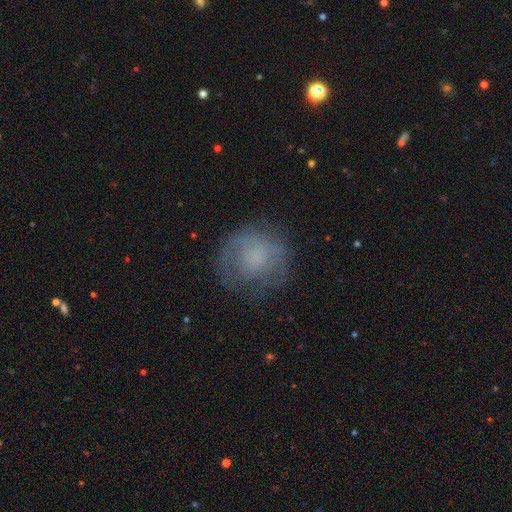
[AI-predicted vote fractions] Smooth or featured?
  - smooth: 52% *
  - featured or disk: 36%
  - star or artifact: 11%
How rounded?
  - round: 84% *
  - in between: 15%
  - cigar-shaped: 1%
Merging?
  - none: 65% *
  - minor disturbance: 20%
  - major disturbance: 14%
  - merger: 1%